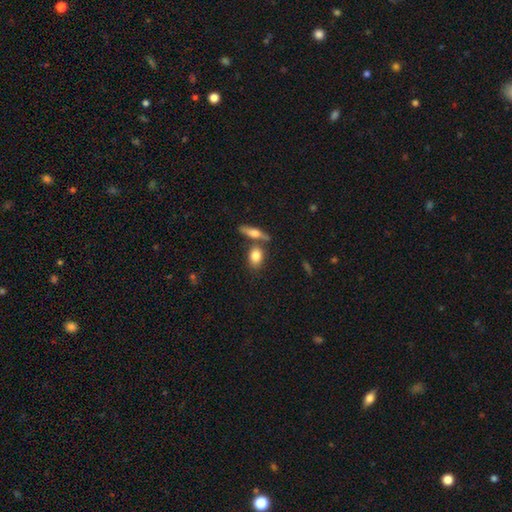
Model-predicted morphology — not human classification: This appears to be a smooth galaxy with no disk features (80%) that is in between round and cigar-shaped (76%). Merging: none (59%).